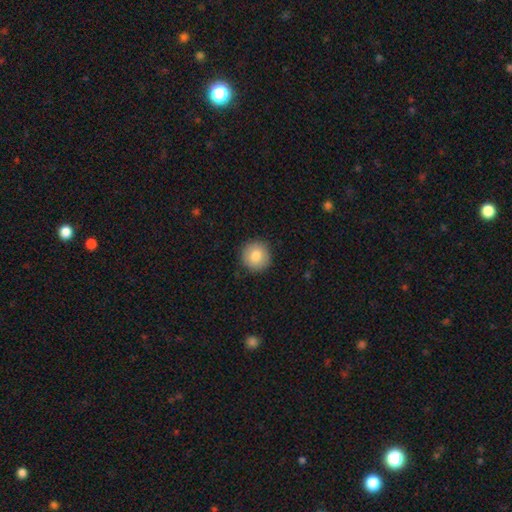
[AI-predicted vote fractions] Smooth or featured? Predicted: smooth (p=0.82). How rounded? Predicted: round (p=0.94). Merging? Predicted: none (p=0.90).